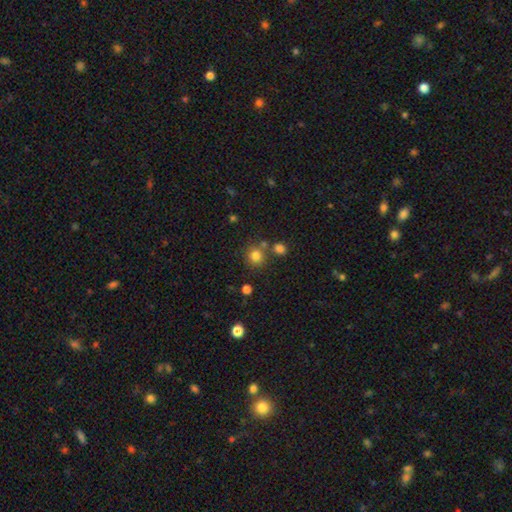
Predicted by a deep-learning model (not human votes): Smooth or featured: smooth — 80% (star or artifact — 14%)
How rounded: round — 89% (in between — 10%)
Merging: none — 72% (merger — 15%)